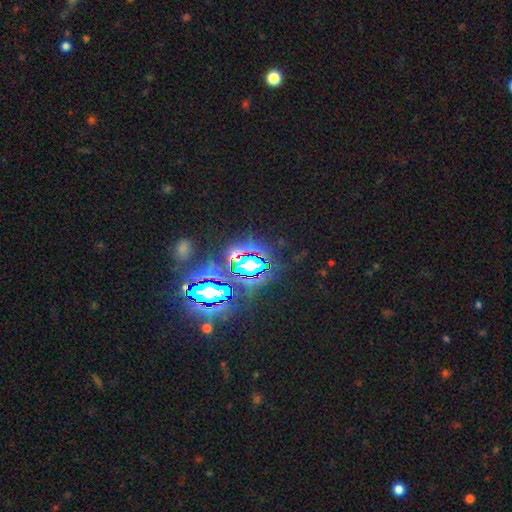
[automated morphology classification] smooth-or-featured: star or artifact: 83% | smooth: 10% | featured or disk: 7%